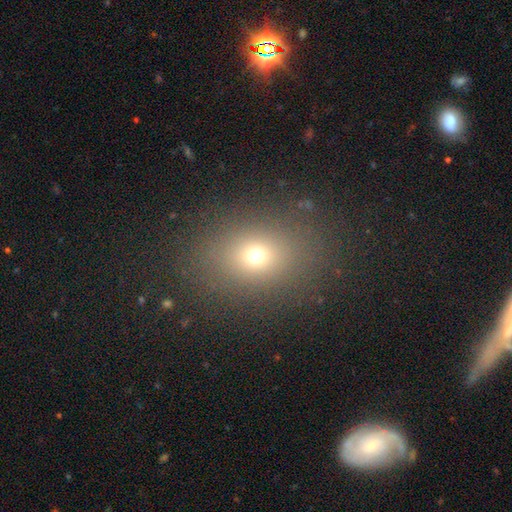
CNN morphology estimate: smooth-or-featured: smooth: 68% | star or artifact: 21% | featured or disk: 11%
  how-rounded: in between: 52% | round: 47% | cigar-shaped: 1%
  merging: none: 84% | minor disturbance: 9% | major disturbance: 5% | merger: 2%